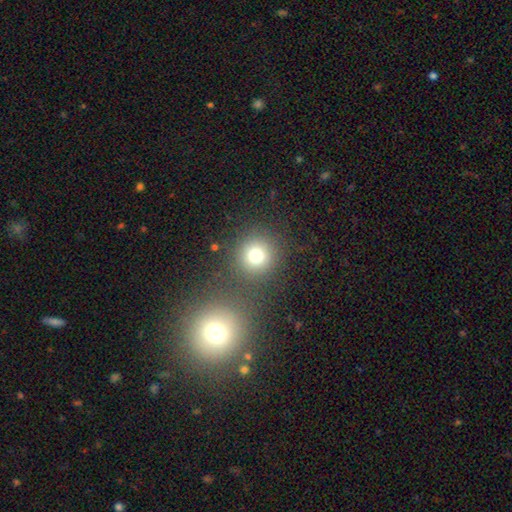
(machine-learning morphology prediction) Smooth or featured? Predicted: smooth (p=0.76). How rounded? Predicted: round (p=0.92). Merging? Predicted: none (p=0.82).